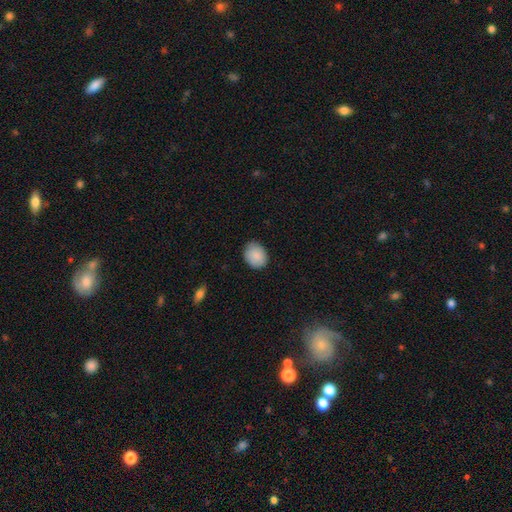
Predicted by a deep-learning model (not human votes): Overall: smooth (89%). How rounded: in between (53%; round 46%). Merging: none (83%).